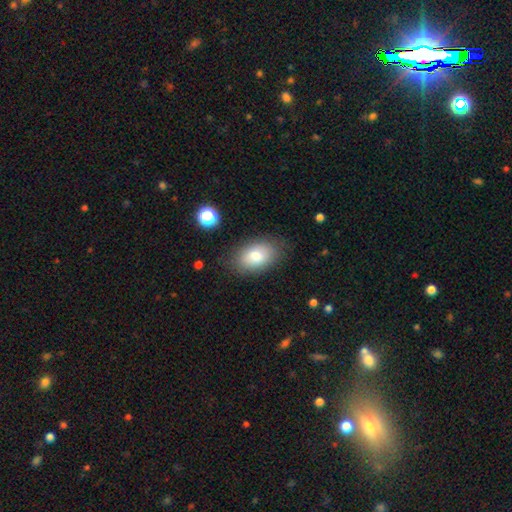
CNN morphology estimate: smooth_or_featured: smooth (p=0.80) [alt: featured or disk p=0.12]
how_rounded: in between (p=0.90) [alt: round p=0.08]
merging: none (p=0.80) [alt: minor disturbance p=0.14]